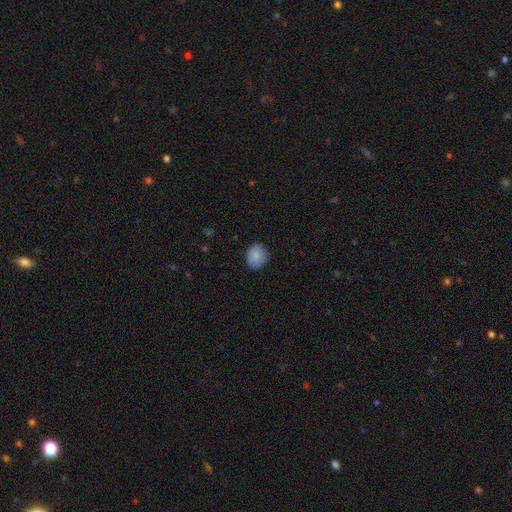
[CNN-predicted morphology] This is clearly a smooth galaxy (85%). How rounded: likely round (69%). Merging: clearly none (85%).